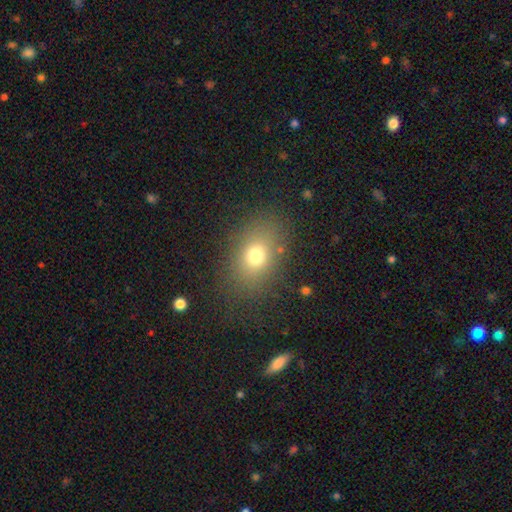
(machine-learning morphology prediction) A smooth galaxy with no disk features (72%) that is in between round and cigar-shaped (65%).

Vote fractions:
- Smooth or featured? smooth: 72% / star or artifact: 16% / featured or disk: 13%
- How rounded? in between: 65% / round: 34% / cigar-shaped: 1%
- Merging? none: 81% / minor disturbance: 11% / major disturbance: 6% / merger: 2%